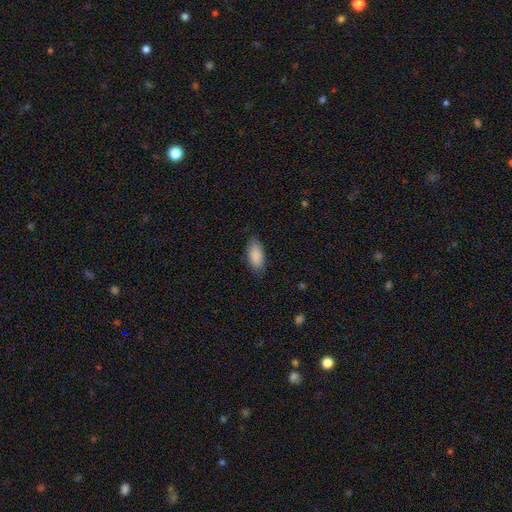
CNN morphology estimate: Smooth or featured: smooth — 89% (star or artifact — 6%)
How rounded: in between — 90% (cigar-shaped — 8%)
Merging: none — 83% (minor disturbance — 13%)